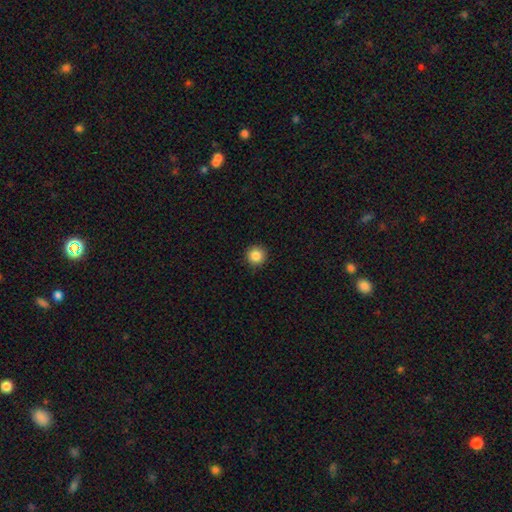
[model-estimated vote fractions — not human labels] Morphology: type=smooth (86%); roundness=round (95%); merging=none (92%).